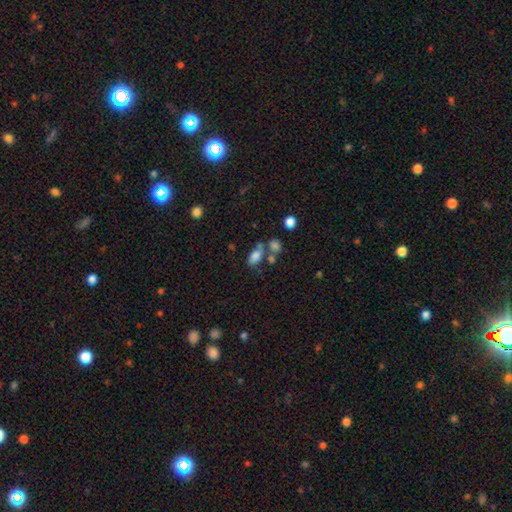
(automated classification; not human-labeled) Smooth or featured: smooth — 76% (featured or disk — 13%)
How rounded: in between — 88% (round — 8%)
Merging: none — 45% (merger — 30%)